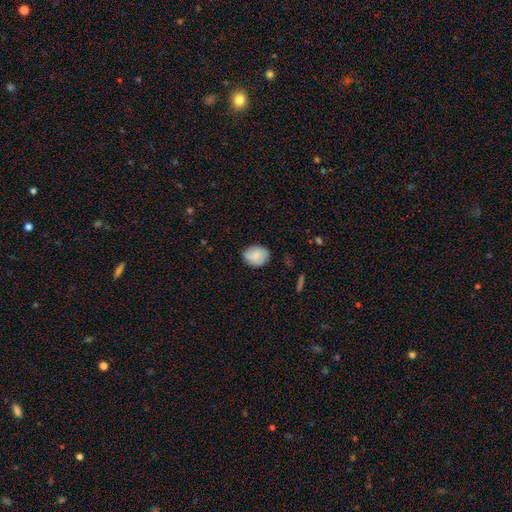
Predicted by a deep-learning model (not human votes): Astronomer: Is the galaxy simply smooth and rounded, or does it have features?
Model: smooth — 74%.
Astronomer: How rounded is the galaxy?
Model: round — 54% (runner-up: in between, 45%).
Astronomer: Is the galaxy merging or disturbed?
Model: none — 74%.